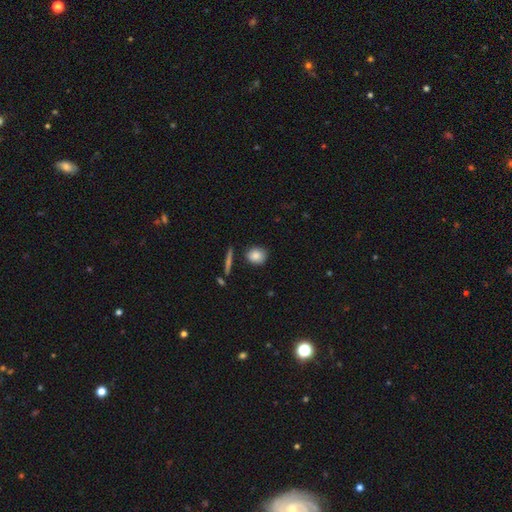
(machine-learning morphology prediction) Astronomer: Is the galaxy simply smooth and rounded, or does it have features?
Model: smooth — 85%.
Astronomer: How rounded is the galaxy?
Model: round — 73%.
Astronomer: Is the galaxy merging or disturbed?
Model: none — 84%.